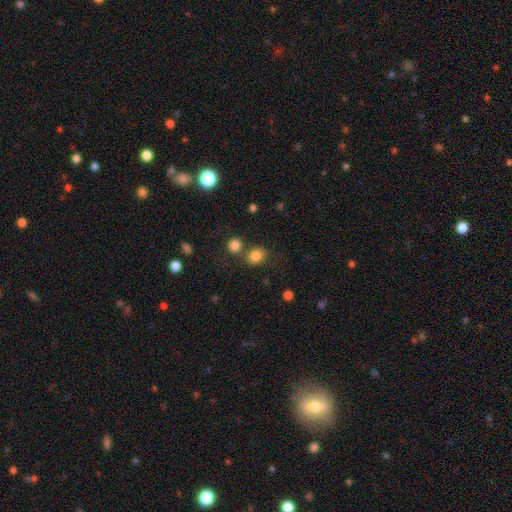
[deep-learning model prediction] A smooth galaxy with no disk features (82%) that is round (63%).

Vote fractions:
- Smooth or featured? smooth: 82% / star or artifact: 12% / featured or disk: 6%
- How rounded? round: 63% / in between: 36% / cigar-shaped: 1%
- Merging? none: 67% / merger: 18% / minor disturbance: 11% / major disturbance: 4%